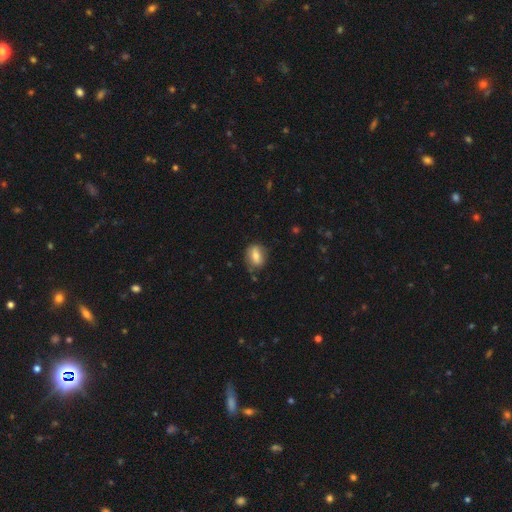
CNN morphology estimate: This is likely a smooth galaxy (70%). How rounded: likely in between (65%). Merging: likely none (74%).